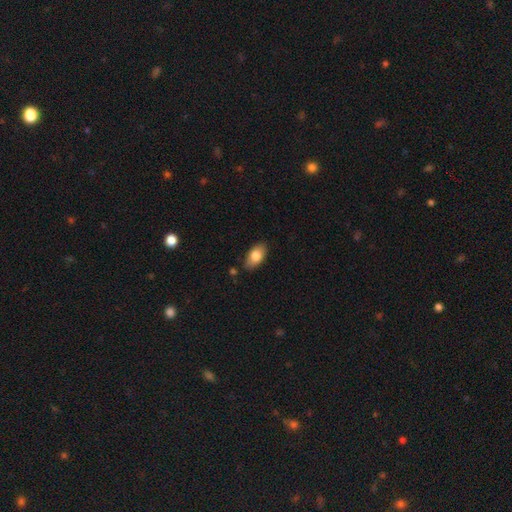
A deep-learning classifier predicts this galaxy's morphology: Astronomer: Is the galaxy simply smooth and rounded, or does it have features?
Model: smooth — 81%.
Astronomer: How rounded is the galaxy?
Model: in between — 93%.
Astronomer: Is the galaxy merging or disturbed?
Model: none — 83%.